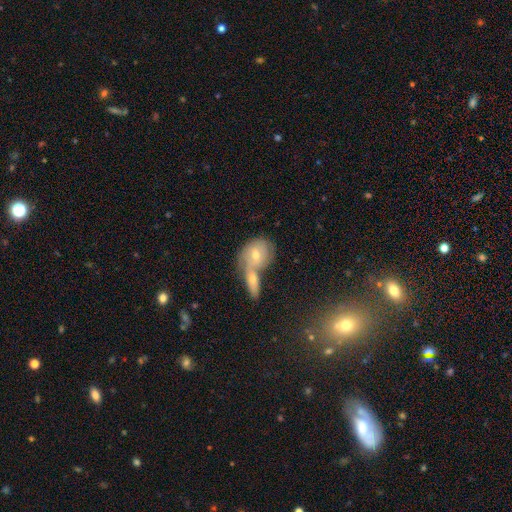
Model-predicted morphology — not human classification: Smooth or featured? featured or disk (47%)
Merging? merger (48%)